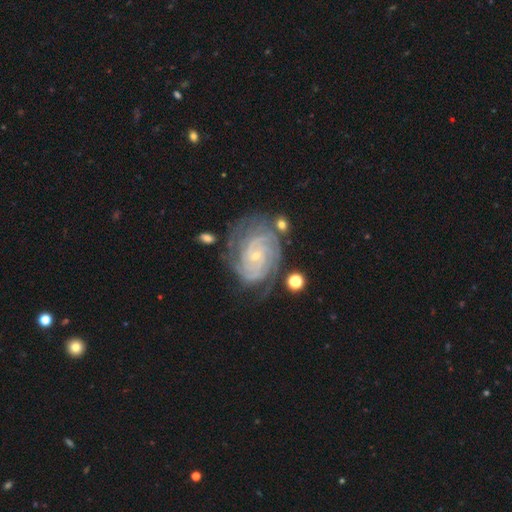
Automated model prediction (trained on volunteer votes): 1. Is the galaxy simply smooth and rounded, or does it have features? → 90% featured or disk, 5% star or artifact, 5% smooth.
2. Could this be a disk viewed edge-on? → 98% no, 2% yes.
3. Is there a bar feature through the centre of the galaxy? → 67% no, 26% weak, 7% strong.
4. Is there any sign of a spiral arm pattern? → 98% yes, 2% no.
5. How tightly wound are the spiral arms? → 76% tight, 21% medium, 3% loose.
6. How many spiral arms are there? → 24% 2, 22% 3, 22% can't tell, 18% 4, 7% more than 4, 6% 1.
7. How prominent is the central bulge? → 81% small, 16% moderate, 2% none, 1% large, 1% dominant.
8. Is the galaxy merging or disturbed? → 67% none, 20% minor disturbance, 9% major disturbance, 4% merger.